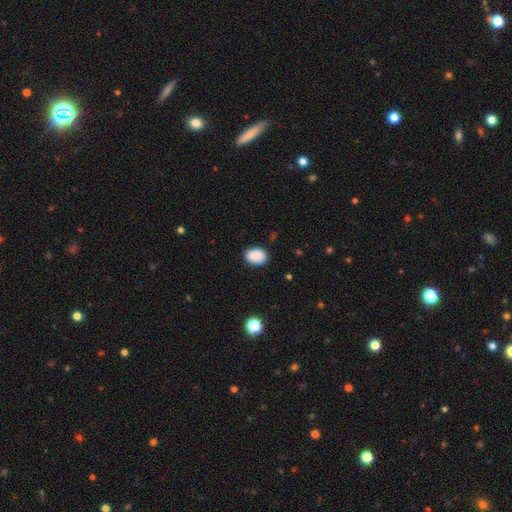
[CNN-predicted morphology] This is clearly a smooth galaxy (89%). How rounded: likely in between (77%). Merging: clearly none (86%).